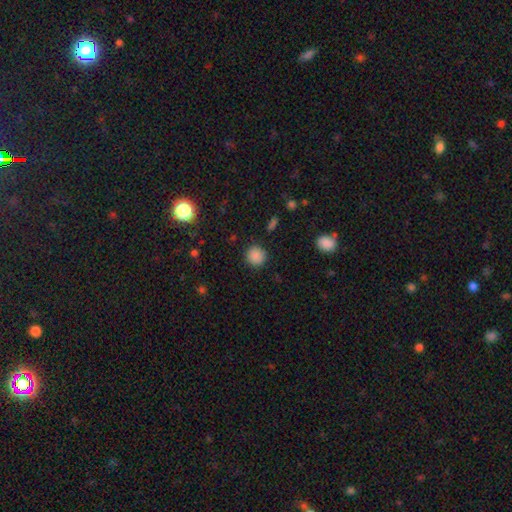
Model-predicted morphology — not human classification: Overall: smooth (84%). How rounded: round (92%). Merging: none (89%).